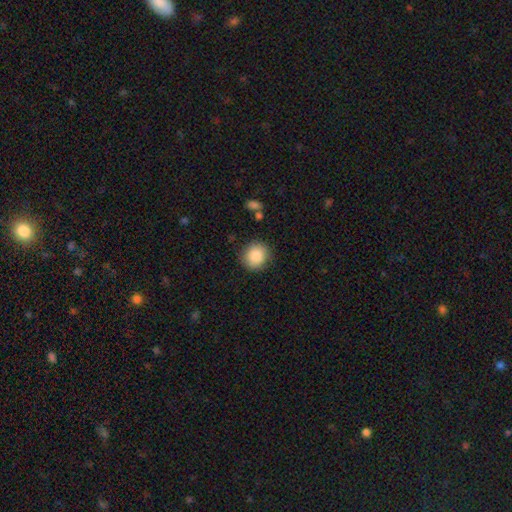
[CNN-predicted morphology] Smooth or featured? smooth (88%)
How rounded? round (86%)
Merging? none (86%)